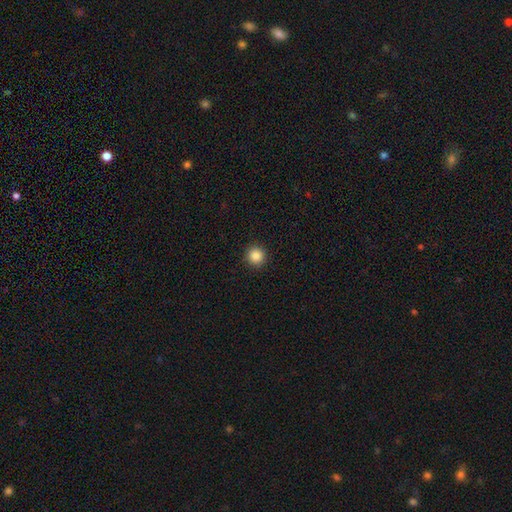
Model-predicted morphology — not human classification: Overall: smooth (87%). How rounded: round (95%). Merging: none (93%).